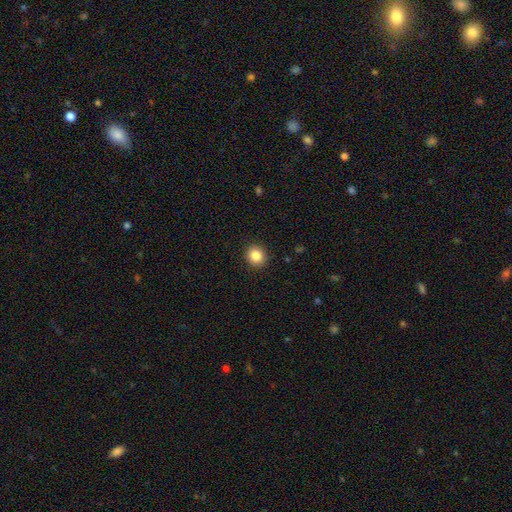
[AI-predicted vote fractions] smooth-or-featured: smooth: 85% | star or artifact: 10% | featured or disk: 6%
  how-rounded: round: 85% | in between: 14% | cigar-shaped: 1%
  merging: none: 91% | minor disturbance: 6% | major disturbance: 2% | merger: 1%